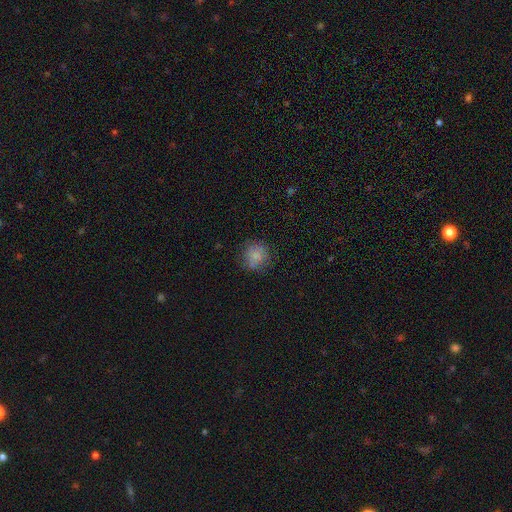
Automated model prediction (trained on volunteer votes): This is likely a smooth galaxy (74%). How rounded: clearly round (89%). Merging: likely none (72%).